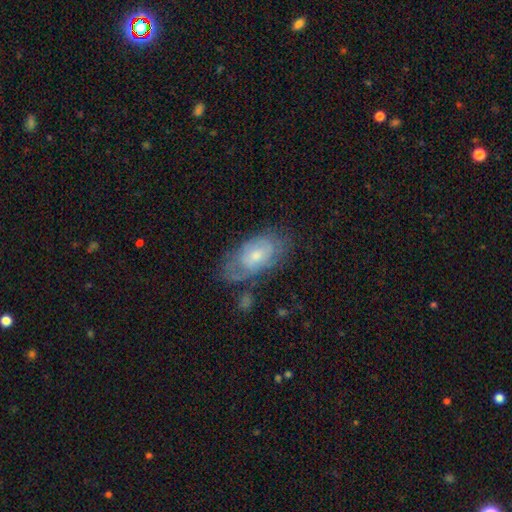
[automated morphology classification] Smooth or featured?
  - featured or disk: 51% *
  - smooth: 42%
  - star or artifact: 8%
Edge-on disk?
  - no: 92% *
  - yes: 8%
Merging?
  - none: 53% *
  - minor disturbance: 28%
  - major disturbance: 14%
  - merger: 4%